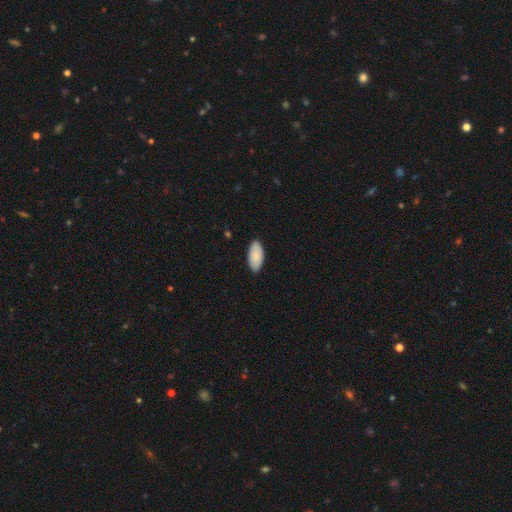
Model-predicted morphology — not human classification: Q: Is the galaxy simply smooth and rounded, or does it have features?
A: smooth — 88%.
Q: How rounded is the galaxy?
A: in between — 94%.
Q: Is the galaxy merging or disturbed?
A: none — 88%.